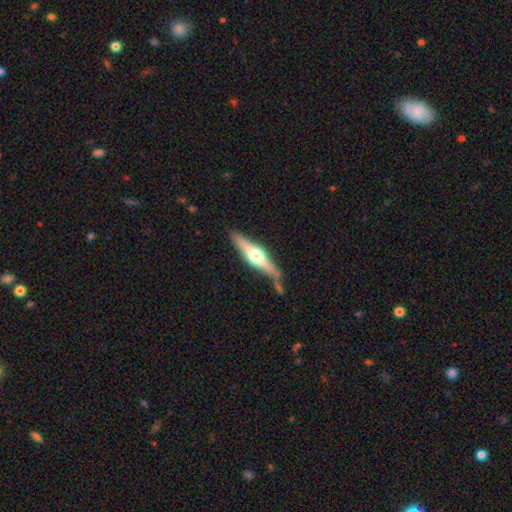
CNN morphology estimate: featured or disk 69%, smooth 26%, star or artifact 5%. Down the decision tree: edge-on disk — yes (96%); edge-on bulge — rounded (93%); merging — none (71%).